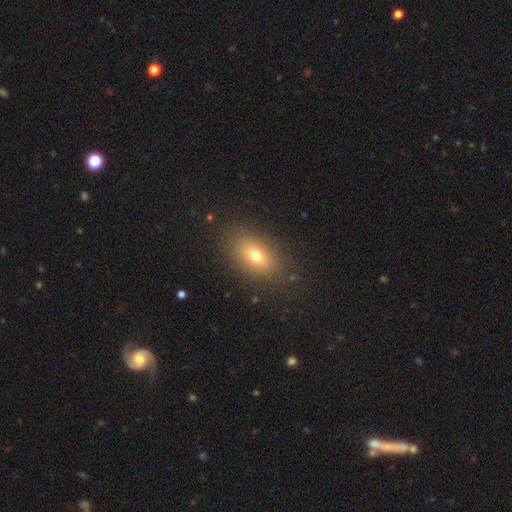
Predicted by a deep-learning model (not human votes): Smooth or featured? Predicted: smooth (p=0.72). How rounded? Predicted: in between (p=0.83). Merging? Predicted: none (p=0.84).